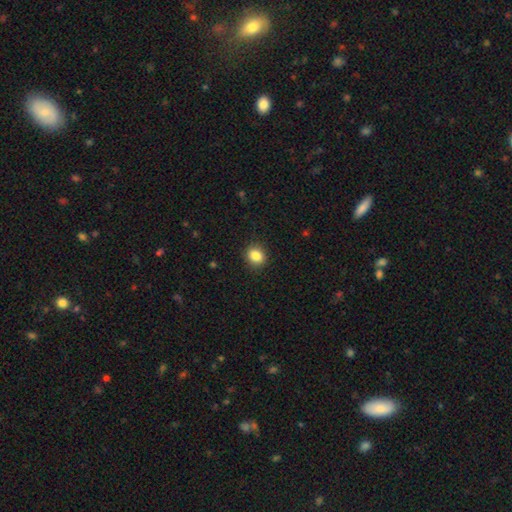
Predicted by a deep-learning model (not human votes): Smooth or featured: smooth — 85% (star or artifact — 10%)
How rounded: round — 68% (in between — 31%)
Merging: none — 90% (minor disturbance — 7%)